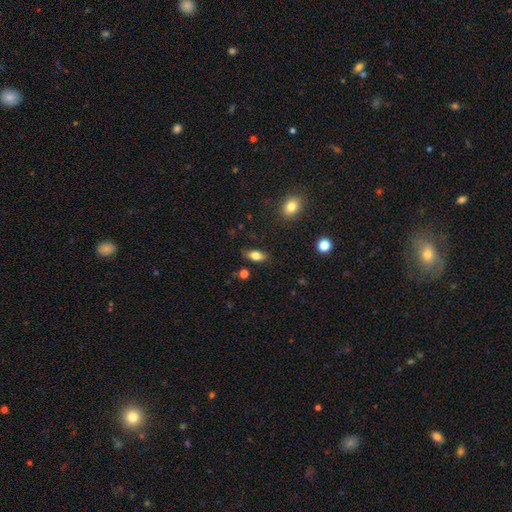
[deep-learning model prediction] Q: Smooth or featured?
A: smooth (79%); runner-up: featured or disk (13%)
Q: How rounded?
A: in between (86%); runner-up: cigar-shaped (9%)
Q: Merging?
A: none (84%); runner-up: minor disturbance (12%)